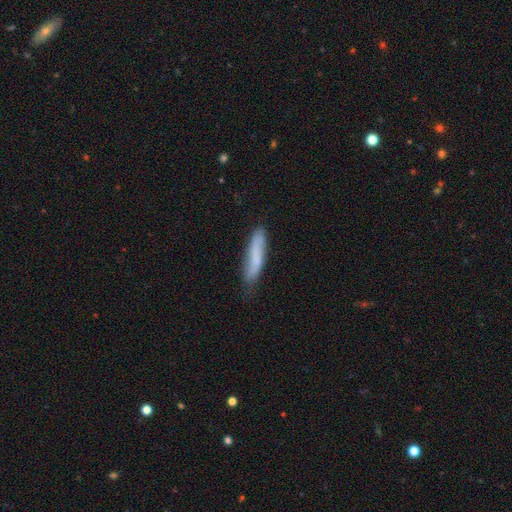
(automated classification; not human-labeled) Smooth or featured: smooth — 67% (featured or disk — 26%)
How rounded: cigar-shaped — 85% (in between — 14%)
Merging: none — 72% (minor disturbance — 22%)